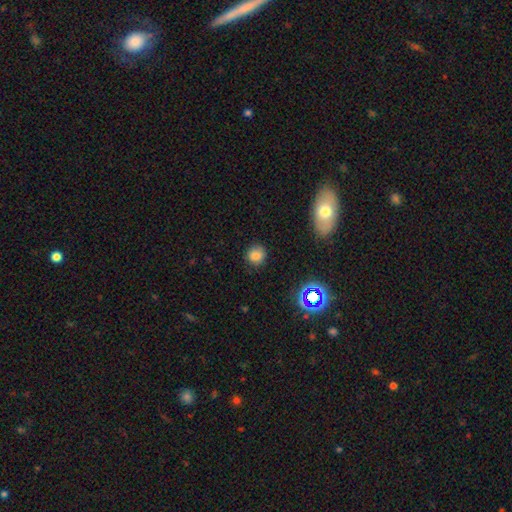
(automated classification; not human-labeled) This is likely a smooth galaxy (79%). How rounded: clearly round (85%). Merging: clearly none (83%).